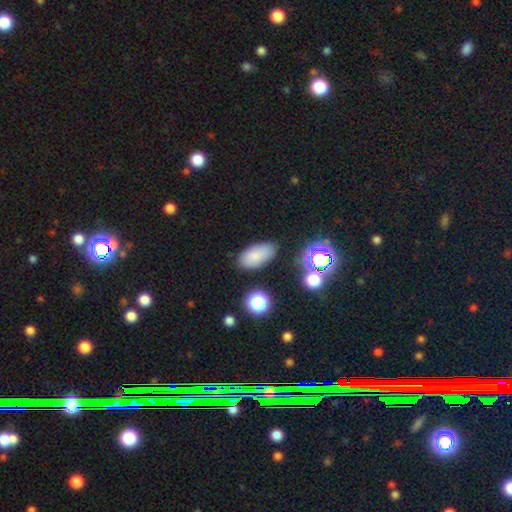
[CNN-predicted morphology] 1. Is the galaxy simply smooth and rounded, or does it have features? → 79% smooth, 12% star or artifact, 9% featured or disk.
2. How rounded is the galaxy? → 91% in between, 4% round, 4% cigar-shaped.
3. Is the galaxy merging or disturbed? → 81% none, 12% minor disturbance, 4% major disturbance, 3% merger.